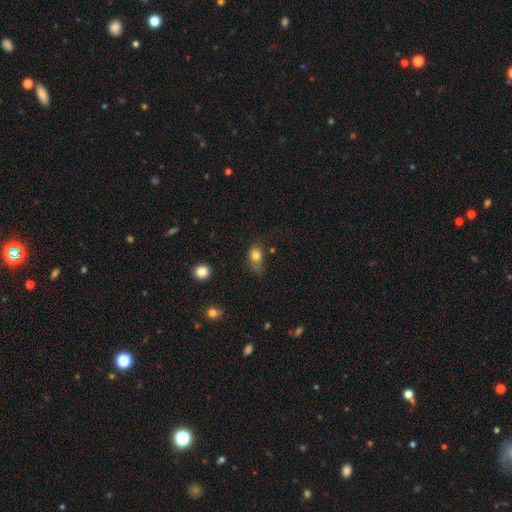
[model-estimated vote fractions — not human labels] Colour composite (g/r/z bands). It shows a smooth galaxy with no disk features (78%) that is in between round and cigar-shaped (76%). Merging: none (44%).